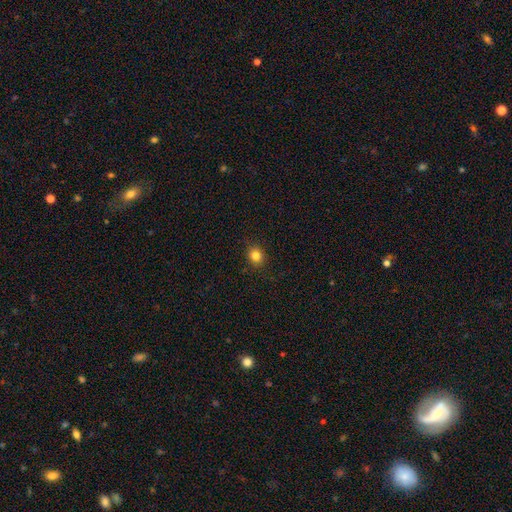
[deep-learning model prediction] Smooth or featured: smooth — 82% (star or artifact — 12%)
How rounded: round — 77% (in between — 22%)
Merging: none — 89% (minor disturbance — 8%)